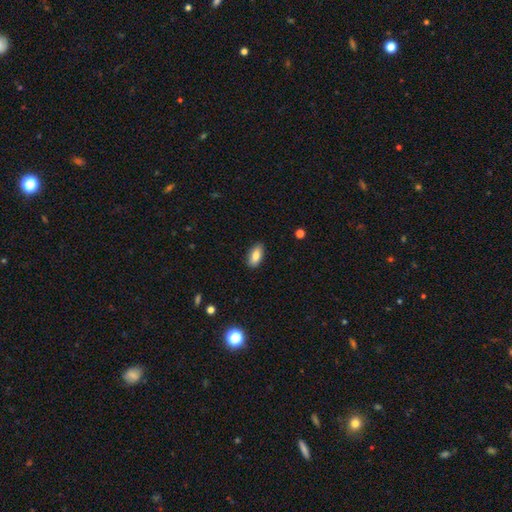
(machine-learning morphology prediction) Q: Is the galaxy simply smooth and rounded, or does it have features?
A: smooth — 83%.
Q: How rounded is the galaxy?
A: in between — 89%.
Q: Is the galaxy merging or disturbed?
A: none — 87%.